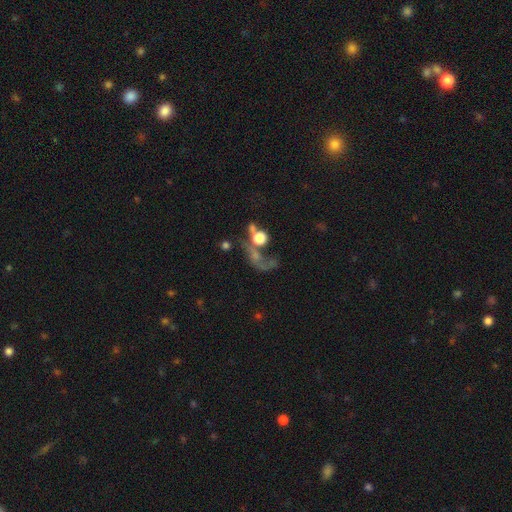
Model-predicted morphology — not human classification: Smooth or featured?
  - featured or disk: 36% *
  - star or artifact: 33%
  - smooth: 32%
Merging?
  - major disturbance: 34% *
  - merger: 29%
  - none: 26%
  - minor disturbance: 11%